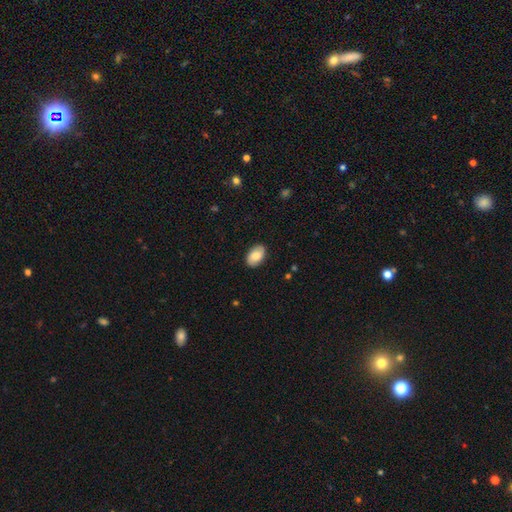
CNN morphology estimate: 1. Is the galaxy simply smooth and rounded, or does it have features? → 77% smooth, 17% featured or disk, 7% star or artifact.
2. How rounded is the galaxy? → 91% in between, 8% round, 1% cigar-shaped.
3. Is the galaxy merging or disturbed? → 87% none, 10% minor disturbance, 2% major disturbance, 1% merger.